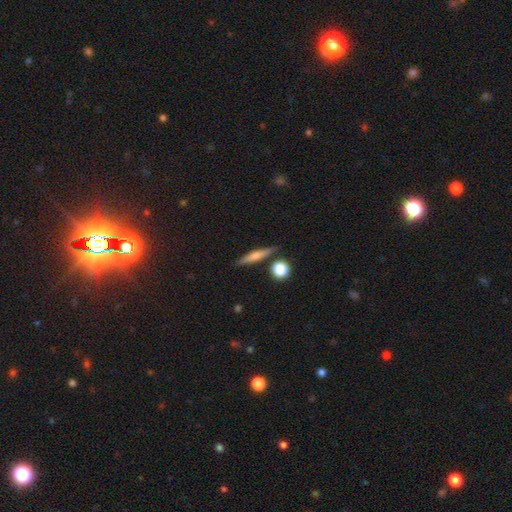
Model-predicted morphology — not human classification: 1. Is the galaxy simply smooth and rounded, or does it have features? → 53% smooth, 39% featured or disk, 8% star or artifact.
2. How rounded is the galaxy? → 79% cigar-shaped, 13% in between, 8% round.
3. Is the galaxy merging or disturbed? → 83% none, 10% minor disturbance, 5% merger, 2% major disturbance.